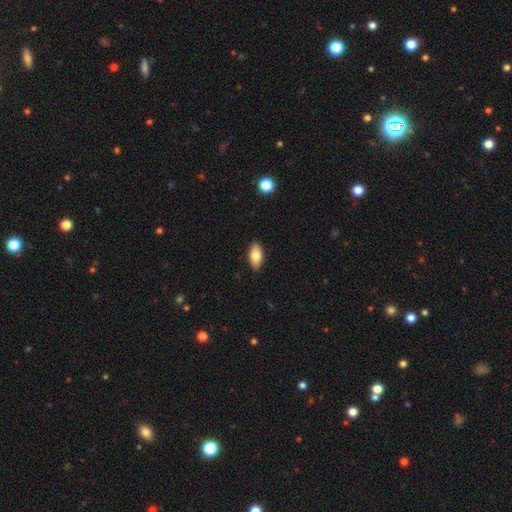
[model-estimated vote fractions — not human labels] This appears to be a smooth galaxy with no disk features (78%) that is in between round and cigar-shaped (88%). Merging: none (89%).